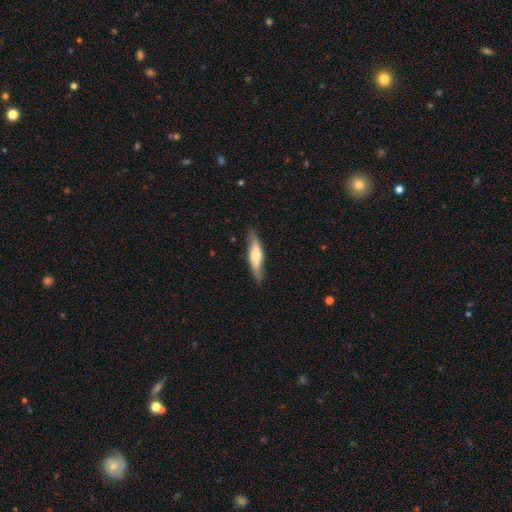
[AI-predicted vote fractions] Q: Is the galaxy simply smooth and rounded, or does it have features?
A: smooth — 56%.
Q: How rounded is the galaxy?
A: cigar-shaped — 73%.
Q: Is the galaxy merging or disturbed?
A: none — 82%.